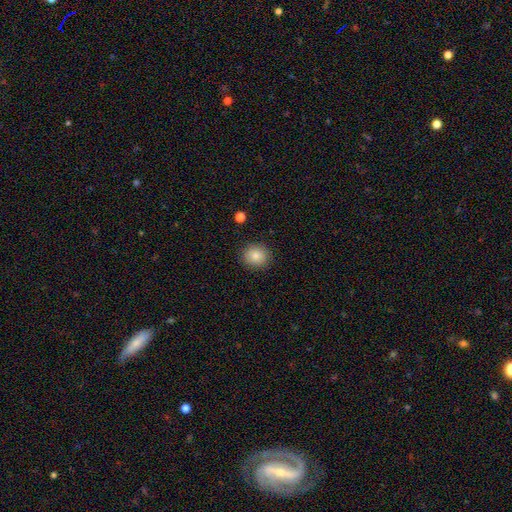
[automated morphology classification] smooth 85%, star or artifact 9%, featured or disk 5%. Down the decision tree: how rounded — round (85%); merging — none (90%).